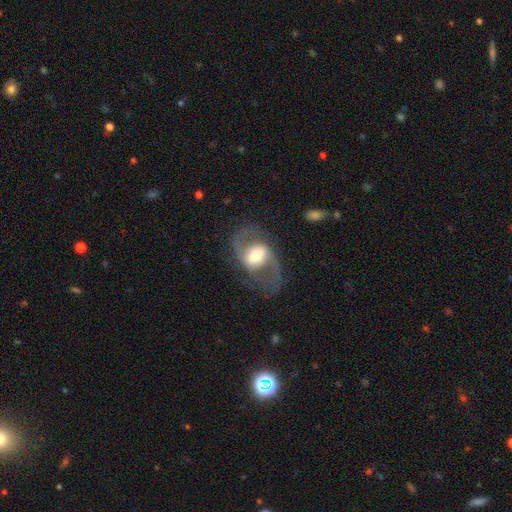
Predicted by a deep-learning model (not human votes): Smooth or featured: featured or disk — 83% (smooth — 12%)
Edge-on disk: no — 97% (yes — 3%)
Bar: weak — 44% (strong — 32%)
Spiral arms: yes — 91% (no — 9%)
Spiral winding: medium — 48% (loose — 43%)
Spiral arm count: 2 — 92% (can't tell — 3%)
Bulge size: moderate — 58% (large — 25%)
Merging: none — 72% (minor disturbance — 13%)